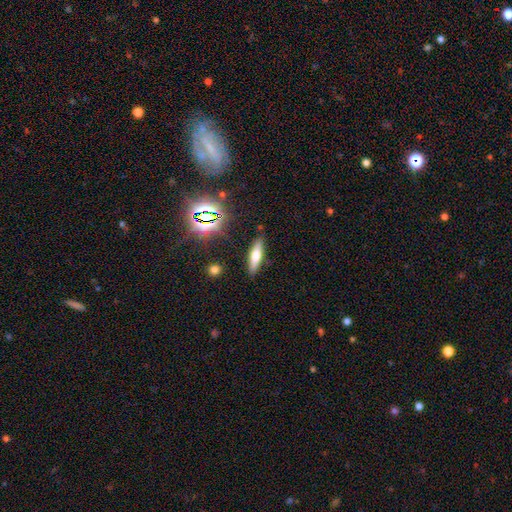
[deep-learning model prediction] Smooth or featured? smooth (52%)
How rounded? cigar-shaped (69%)
Merging? none (87%)